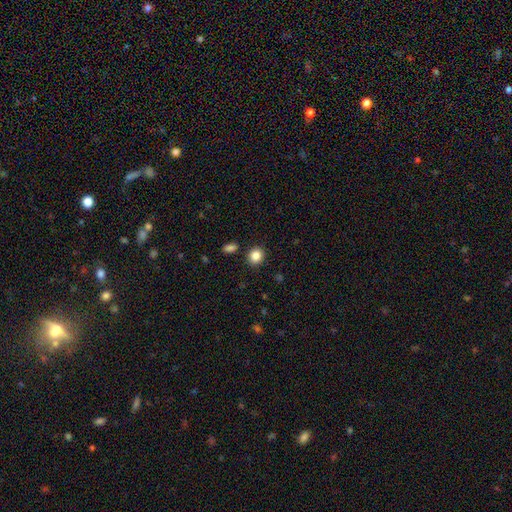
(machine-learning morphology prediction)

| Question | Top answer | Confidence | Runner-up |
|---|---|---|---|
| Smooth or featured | smooth | 86% | star or artifact (10%) |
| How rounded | round | 79% | in between (20%) |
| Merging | none | 88% | minor disturbance (7%) |